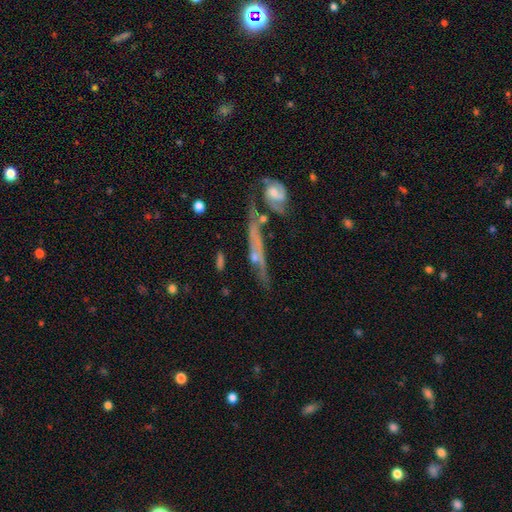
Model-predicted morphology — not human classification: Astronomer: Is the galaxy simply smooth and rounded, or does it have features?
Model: featured or disk — 67%.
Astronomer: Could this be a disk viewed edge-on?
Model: yes — 53% (runner-up: no, 47%).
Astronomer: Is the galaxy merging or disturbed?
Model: none — 39% (runner-up: merger, 28%).